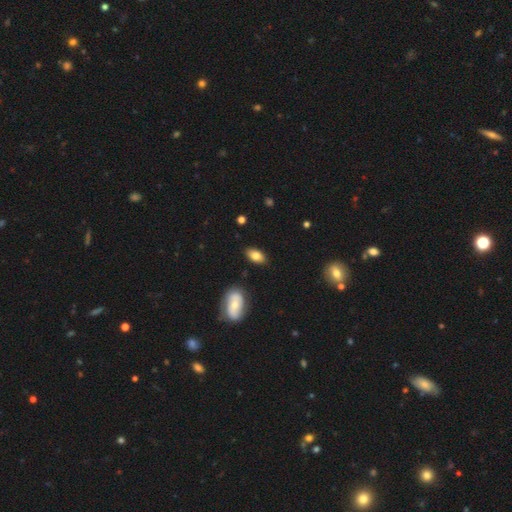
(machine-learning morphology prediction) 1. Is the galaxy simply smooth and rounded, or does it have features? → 79% smooth, 13% featured or disk, 8% star or artifact.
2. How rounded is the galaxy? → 92% in between, 5% round, 3% cigar-shaped.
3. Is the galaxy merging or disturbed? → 84% none, 12% minor disturbance, 2% major disturbance, 2% merger.